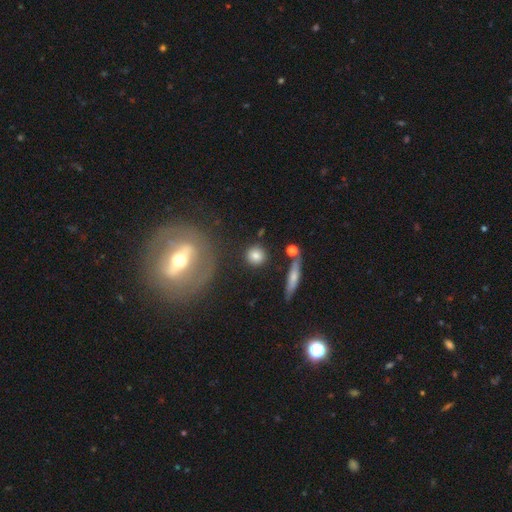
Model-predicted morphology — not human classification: Smooth or featured: smooth — 80% (featured or disk — 11%)
How rounded: round — 89% (in between — 8%)
Merging: none — 83% (minor disturbance — 9%)